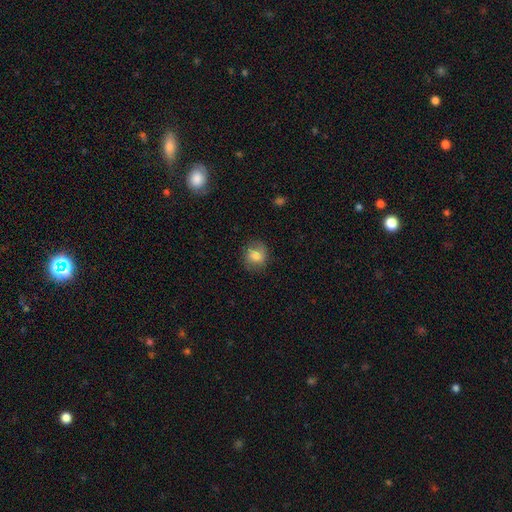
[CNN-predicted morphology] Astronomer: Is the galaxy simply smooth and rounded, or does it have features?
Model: smooth — 73%.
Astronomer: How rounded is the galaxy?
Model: round — 71%.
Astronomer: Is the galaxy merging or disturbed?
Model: none — 77%.